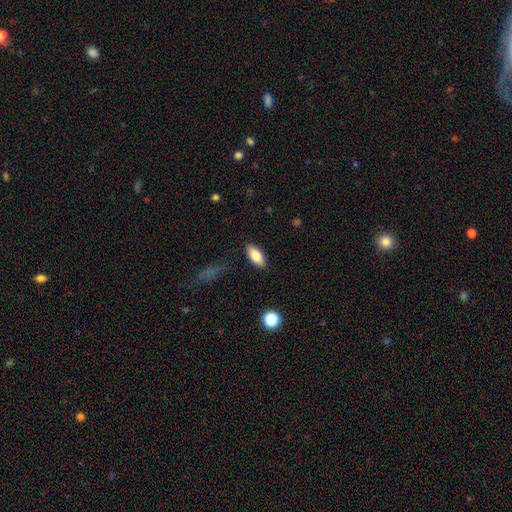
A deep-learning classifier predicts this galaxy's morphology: smooth_or_featured: smooth (p=0.81) [alt: featured or disk p=0.12]
how_rounded: in between (p=0.87) [alt: cigar-shaped p=0.10]
merging: none (p=0.88) [alt: minor disturbance p=0.09]